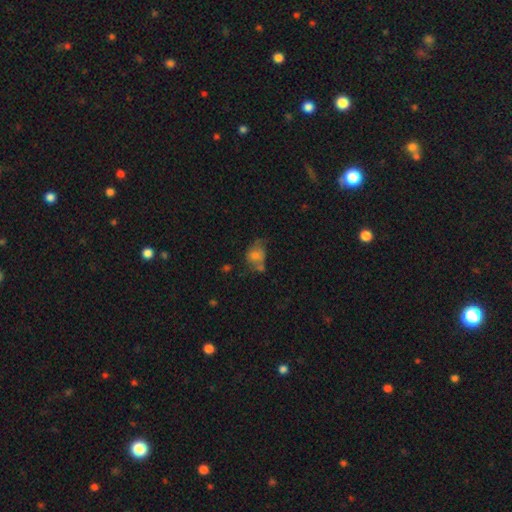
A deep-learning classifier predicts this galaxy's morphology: The model was most divided on "merging": none: 38%, minor disturbance: 26%, merger: 18%, major disturbance: 18%. More confident: how rounded — in between (59%); smooth or featured — smooth (56%).